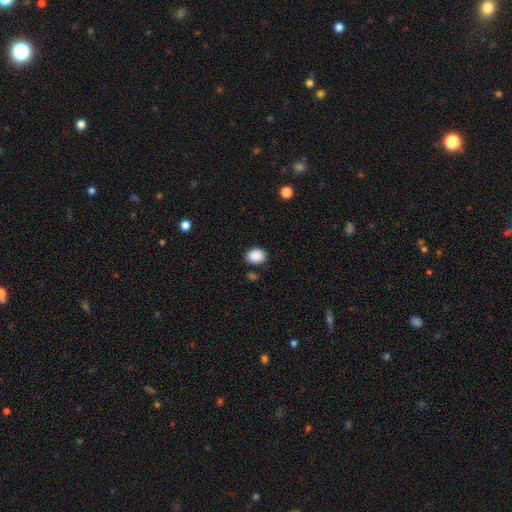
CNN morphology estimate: Smooth or featured?
  - smooth: 89% *
  - star or artifact: 8%
  - featured or disk: 3%
How rounded?
  - in between: 57% *
  - round: 42%
  - cigar-shaped: 1%
Merging?
  - none: 81% *
  - minor disturbance: 13%
  - major disturbance: 3%
  - merger: 3%